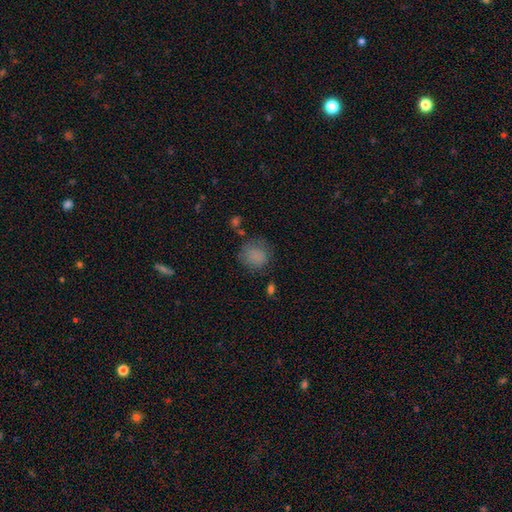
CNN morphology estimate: A smooth galaxy with no disk features (82%) that is round (82%). Merging: none (68%).